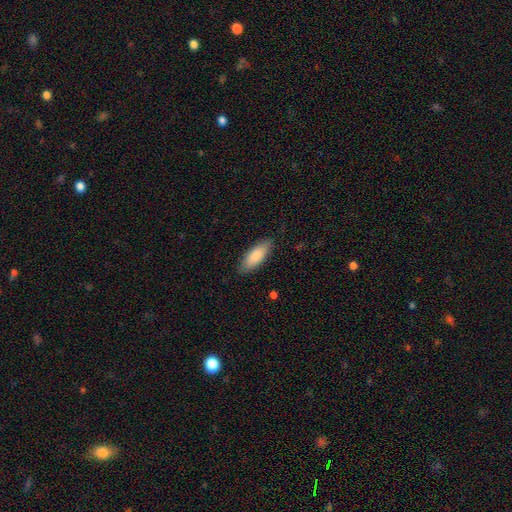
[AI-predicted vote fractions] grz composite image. It shows a smooth galaxy with no disk features (84%) that is in between round and cigar-shaped (74%). Merging: none (85%).